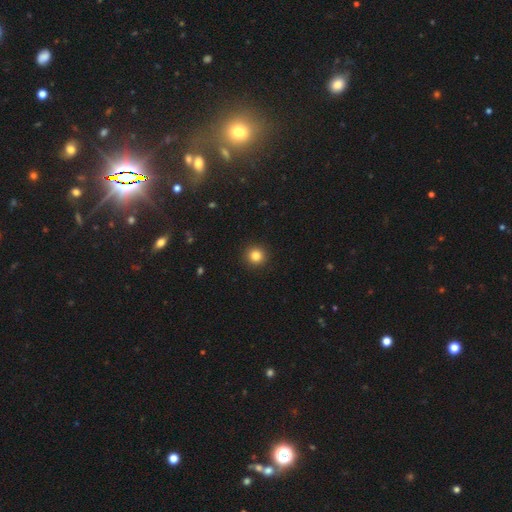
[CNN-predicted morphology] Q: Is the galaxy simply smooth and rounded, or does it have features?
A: smooth — 83%.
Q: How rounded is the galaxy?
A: round — 95%.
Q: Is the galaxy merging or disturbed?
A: none — 93%.